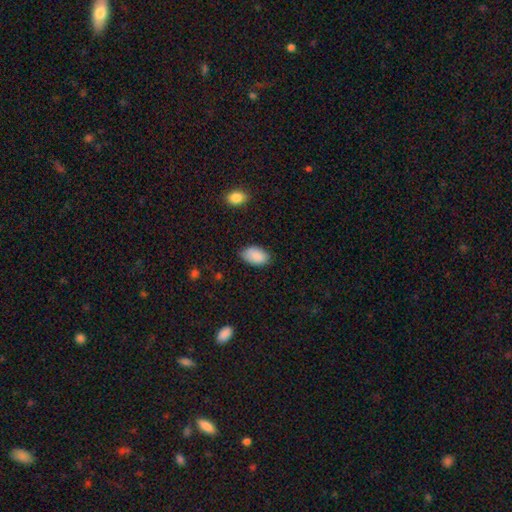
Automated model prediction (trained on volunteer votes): A smooth galaxy with no disk features (89%) that is in between round and cigar-shaped (94%). Merging: none (80%).